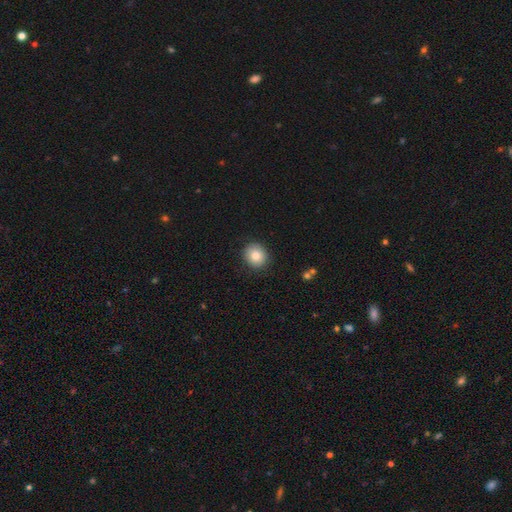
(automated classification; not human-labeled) The model was most divided on "how rounded": round: 83%, in between: 16%, cigar-shaped: 1%. More confident: merging — none (88%); smooth or featured — smooth (83%).